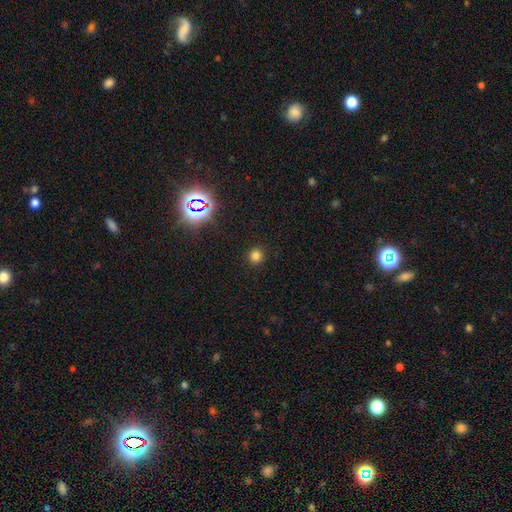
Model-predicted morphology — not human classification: This is likely a smooth galaxy (78%). How rounded: clearly round (93%). Merging: clearly none (91%).